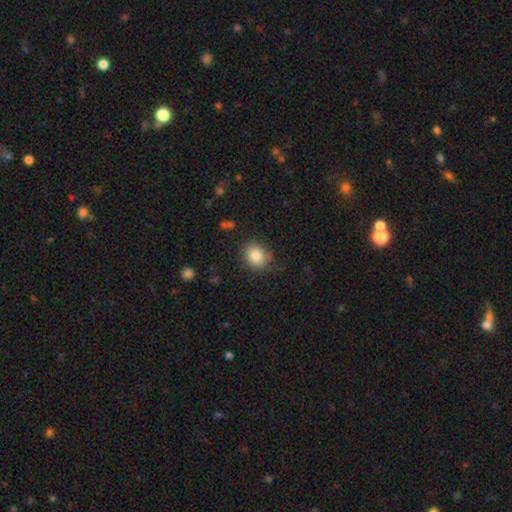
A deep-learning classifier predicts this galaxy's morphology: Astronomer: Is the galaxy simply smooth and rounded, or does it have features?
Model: smooth — 84%.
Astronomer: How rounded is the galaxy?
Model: round — 67%.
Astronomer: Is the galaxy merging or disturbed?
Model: none — 79%.